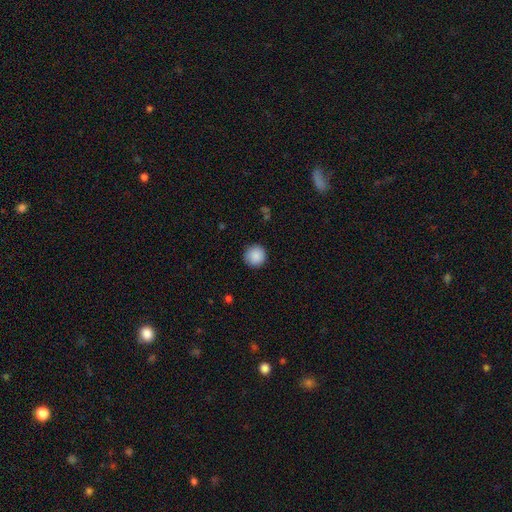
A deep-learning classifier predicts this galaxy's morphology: The model was most divided on "smooth or featured": smooth: 89%, star or artifact: 8%, featured or disk: 3%. More confident: how rounded — round (96%); merging — none (91%).